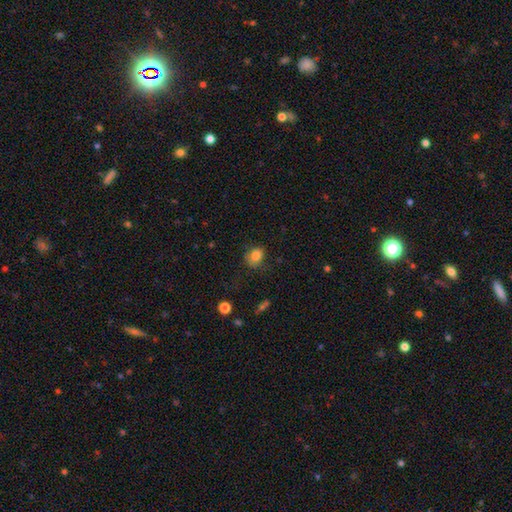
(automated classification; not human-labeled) smooth_or_featured: smooth (p=0.82) [alt: star or artifact p=0.11]
how_rounded: in between (p=0.51) [alt: round p=0.48]
merging: none (p=0.66) [alt: minor disturbance p=0.24]